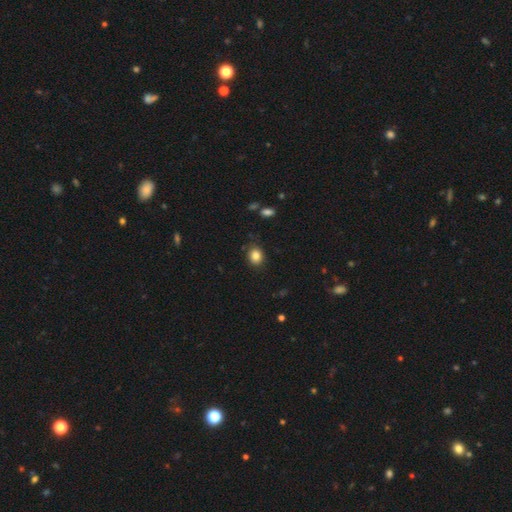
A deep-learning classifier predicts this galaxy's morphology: smooth_or_featured: smooth (p=0.84) [alt: star or artifact p=0.10]
how_rounded: round (p=0.64) [alt: in between p=0.35]
merging: none (p=0.84) [alt: minor disturbance p=0.11]